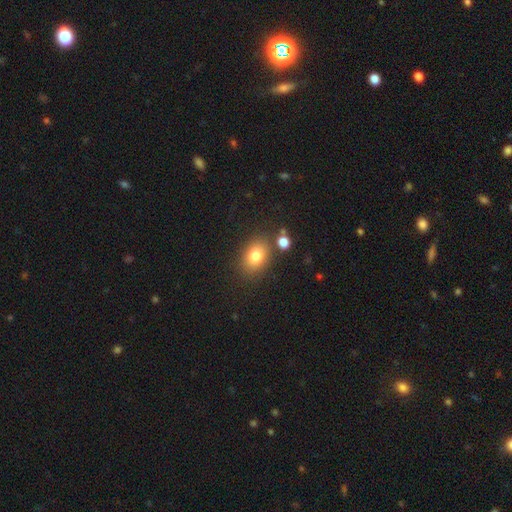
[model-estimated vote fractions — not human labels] A smooth galaxy with no disk features (80%) that is in between round and cigar-shaped (72%).

Vote fractions:
- Smooth or featured? smooth: 80% / star or artifact: 10% / featured or disk: 10%
- How rounded? in between: 72% / round: 27% / cigar-shaped: 1%
- Merging? none: 79% / minor disturbance: 11% / merger: 6% / major disturbance: 4%